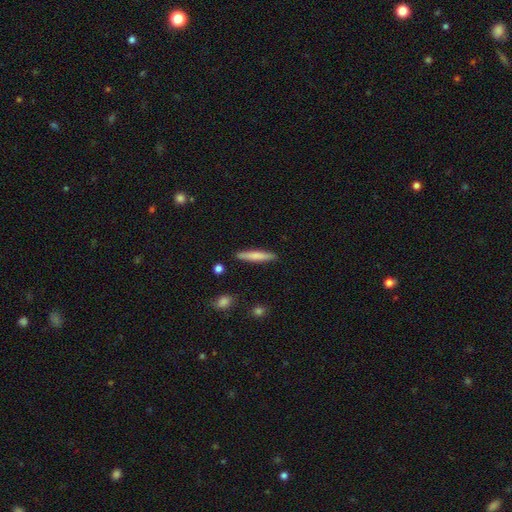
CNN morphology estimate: The model was most divided on "smooth or featured": smooth: 74%, featured or disk: 20%, star or artifact: 6%. More confident: how rounded — cigar-shaped (93%); merging — none (89%).